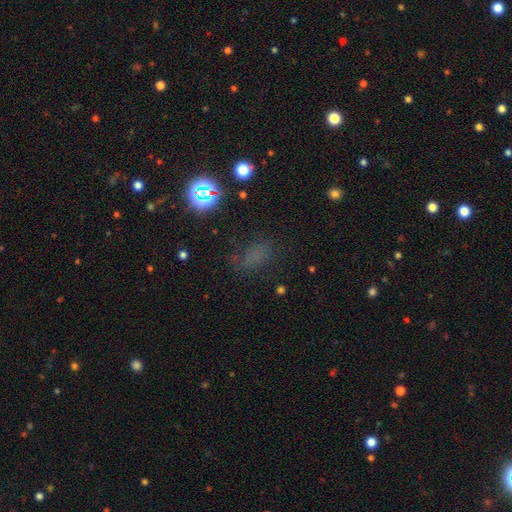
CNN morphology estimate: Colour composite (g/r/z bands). It shows a smooth galaxy with no disk features (54%) that is in between round and cigar-shaped (74%). Merging: none (64%).